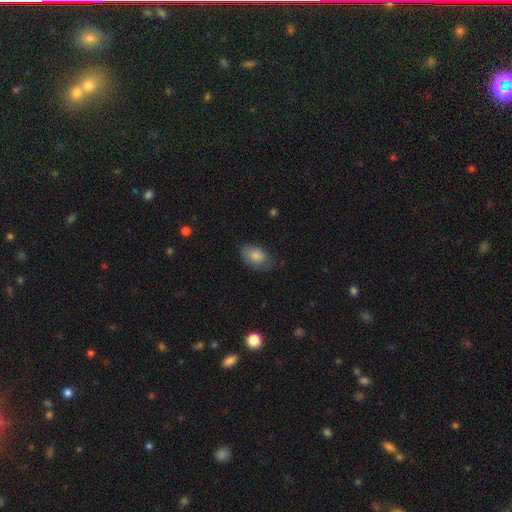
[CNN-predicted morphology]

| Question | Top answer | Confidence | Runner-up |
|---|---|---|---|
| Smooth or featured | smooth | 83% | featured or disk (10%) |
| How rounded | in between | 90% | round (9%) |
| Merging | none | 64% | minor disturbance (27%) |